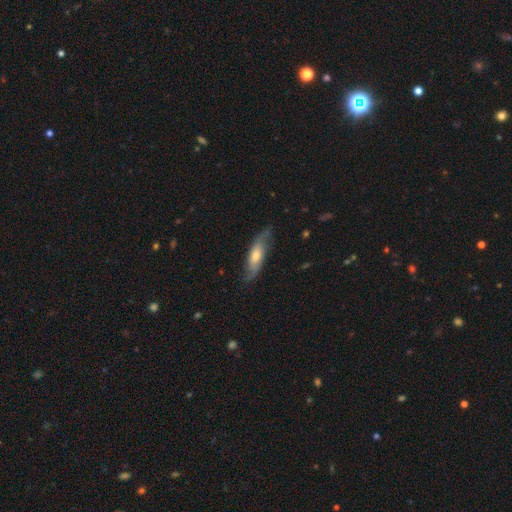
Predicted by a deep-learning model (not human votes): The model was most divided on "smooth or featured": featured or disk: 57%, smooth: 37%, star or artifact: 6%. More confident: merging — none (73%); edge-on disk — no (67%).